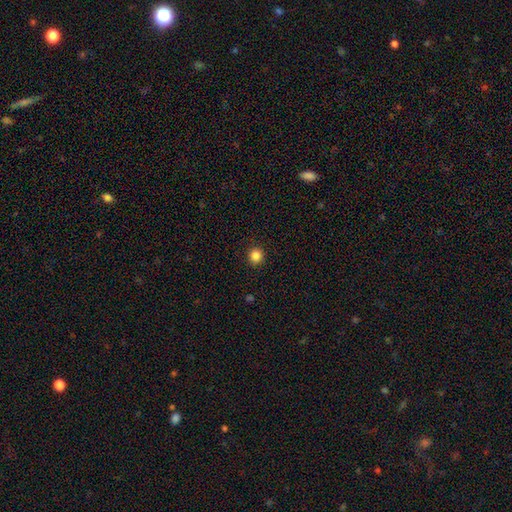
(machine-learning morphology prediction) Smooth or featured? smooth (85%)
How rounded? round (93%)
Merging? none (92%)